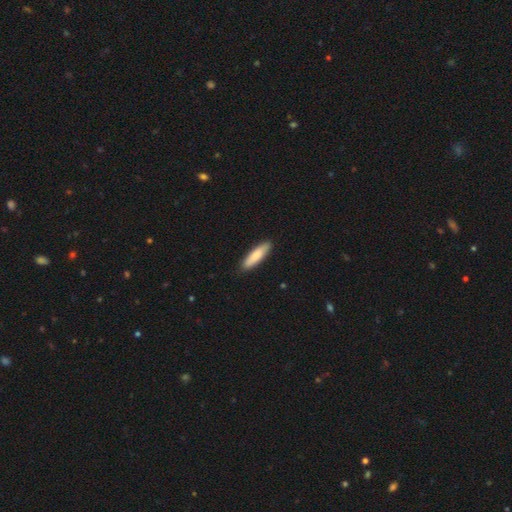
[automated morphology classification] This appears to be a smooth galaxy with no disk features (82%) that is cigar-shaped (69%). Merging: none (88%).